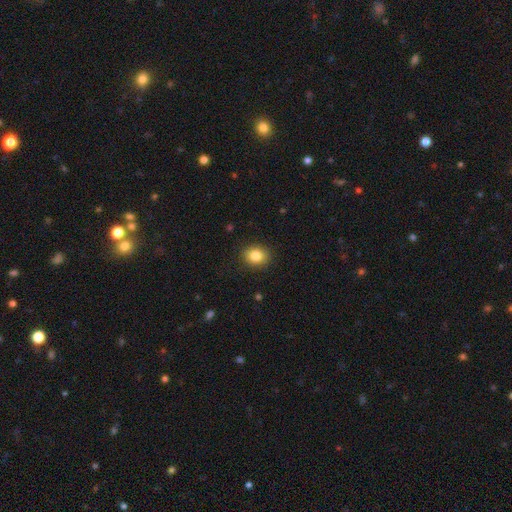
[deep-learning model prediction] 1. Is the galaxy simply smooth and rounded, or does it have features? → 85% smooth, 9% star or artifact, 5% featured or disk.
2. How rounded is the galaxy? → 59% round, 40% in between, 1% cigar-shaped.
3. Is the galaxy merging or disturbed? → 89% none, 8% minor disturbance, 2% major disturbance, 1% merger.